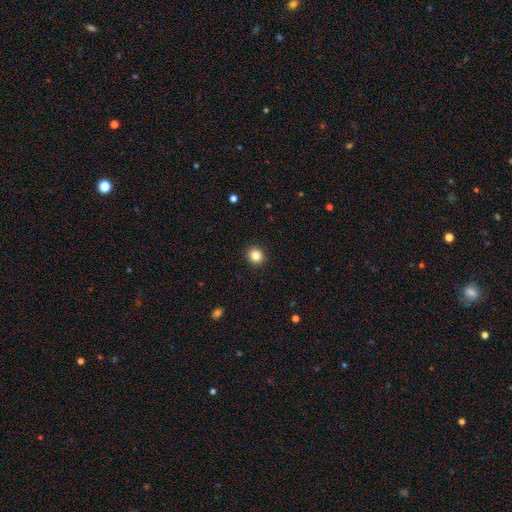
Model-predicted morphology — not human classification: Q: Smooth or featured?
A: smooth (85%); runner-up: star or artifact (11%)
Q: How rounded?
A: round (85%); runner-up: in between (14%)
Q: Merging?
A: none (92%); runner-up: minor disturbance (5%)